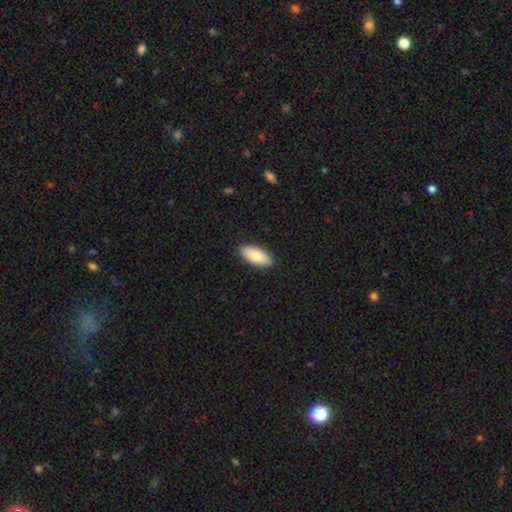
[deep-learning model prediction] The model was most divided on "smooth or featured": smooth: 82%, featured or disk: 12%, star or artifact: 6%. More confident: how rounded — in between (90%); merging — none (89%).